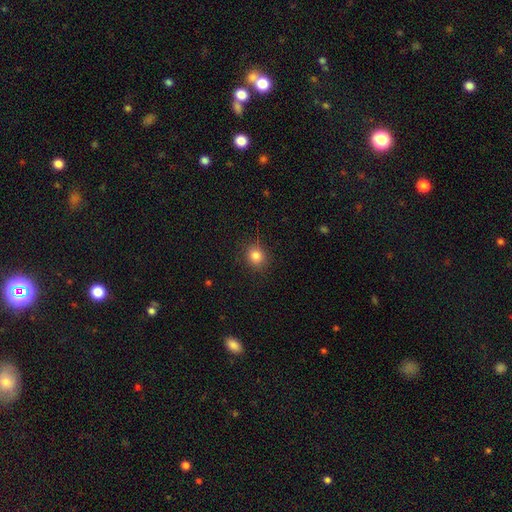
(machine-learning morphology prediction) The model was most divided on "how rounded": round: 76%, in between: 23%, cigar-shaped: 1%. More confident: merging — none (88%); smooth or featured — smooth (83%).